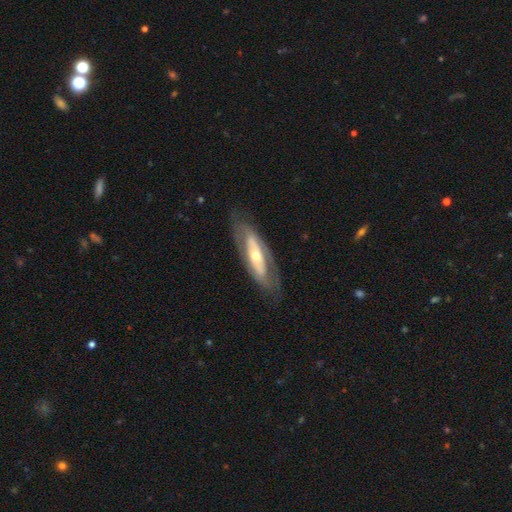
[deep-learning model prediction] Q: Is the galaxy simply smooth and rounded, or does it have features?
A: featured or disk — 69%.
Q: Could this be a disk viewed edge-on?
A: no — 77%.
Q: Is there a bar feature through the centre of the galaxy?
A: no — 56%.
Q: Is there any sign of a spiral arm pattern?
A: no — 54%.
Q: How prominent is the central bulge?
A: moderate — 57%.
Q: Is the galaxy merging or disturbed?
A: none — 75%.